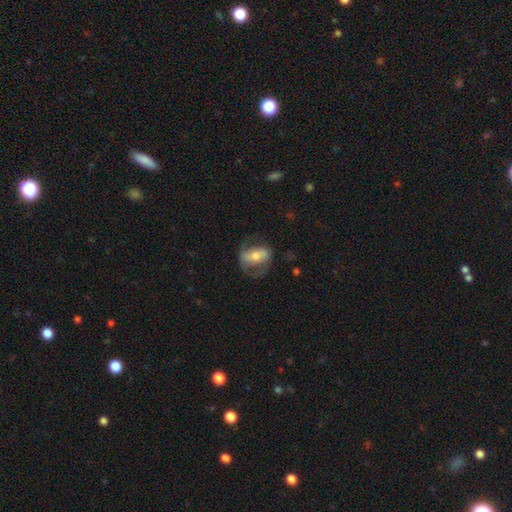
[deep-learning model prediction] This is possibly a featured or disk galaxy (58%). It is clearly not viewed edge-on (92%). Bar: marginally strong (44%). Spiral arm pattern: likely yes (68%). Central bulge: possibly moderate (53%). Merging: possibly none (59%).